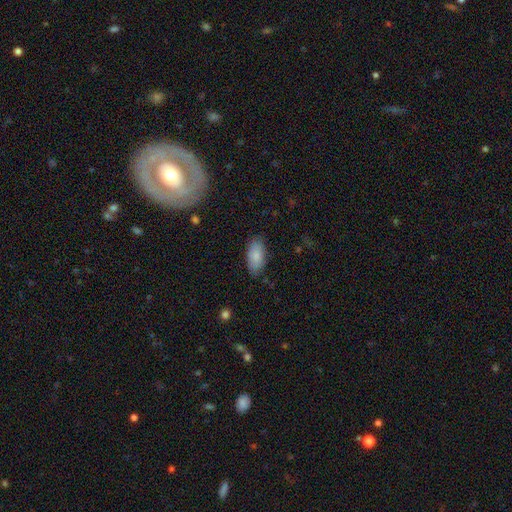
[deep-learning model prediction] Smooth or featured? smooth (85%)
How rounded? in between (93%)
Merging? none (81%)